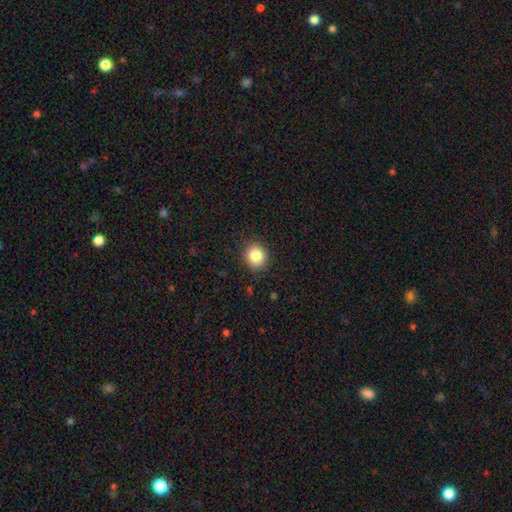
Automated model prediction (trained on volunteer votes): Morphology: type=smooth (84%); roundness=round (83%); merging=none (89%).